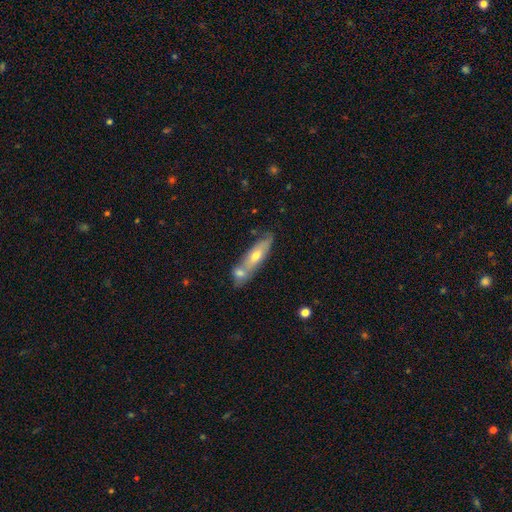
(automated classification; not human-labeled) Smooth or featured?
  - featured or disk: 47% *
  - smooth: 46%
  - star or artifact: 8%
Merging?
  - none: 45% *
  - merger: 39%
  - minor disturbance: 12%
  - major disturbance: 4%